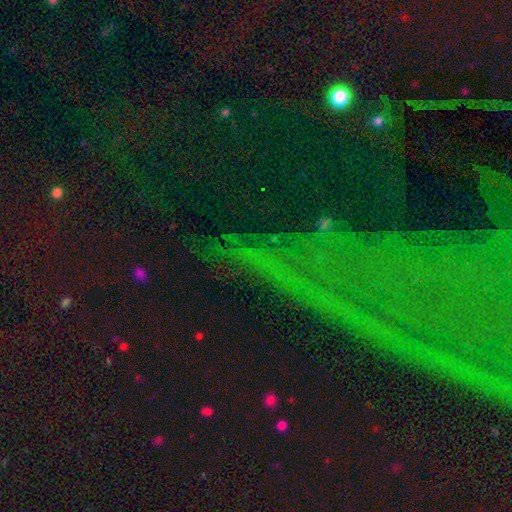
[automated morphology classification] smooth-or-featured: star or artifact: 68% | featured or disk: 17% | smooth: 15%